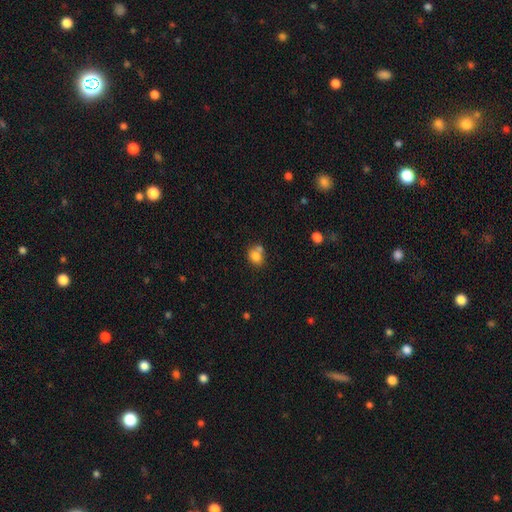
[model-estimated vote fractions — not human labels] Morphology: type=smooth (79%); roundness=in between (53%); merging=none (48%).